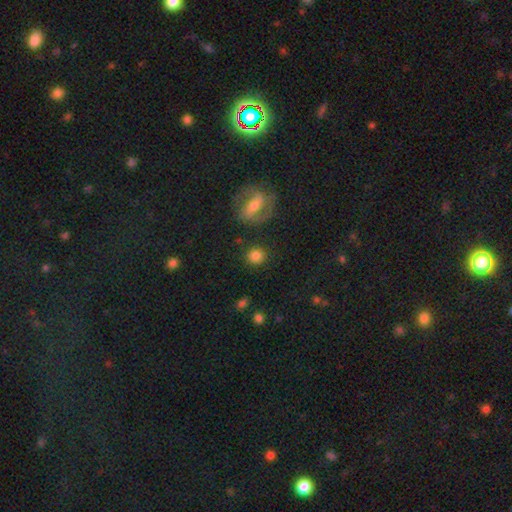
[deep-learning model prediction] Morphology: type=smooth (79%); roundness=round (88%); merging=none (85%).